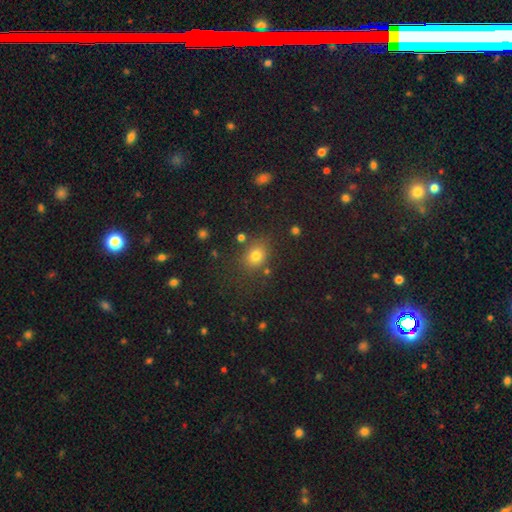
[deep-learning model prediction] A smooth galaxy with no disk features (75%) that is round (58%). Merging: none (77%).